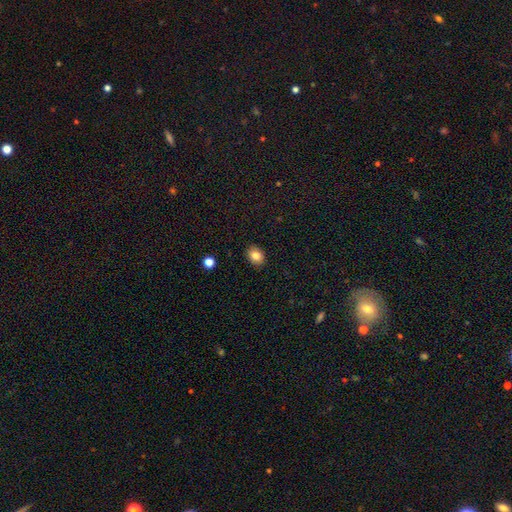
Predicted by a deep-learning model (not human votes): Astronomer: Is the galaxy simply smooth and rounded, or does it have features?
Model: smooth — 83%.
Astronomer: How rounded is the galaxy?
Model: in between — 59% (runner-up: round, 40%).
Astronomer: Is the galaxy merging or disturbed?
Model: none — 90%.